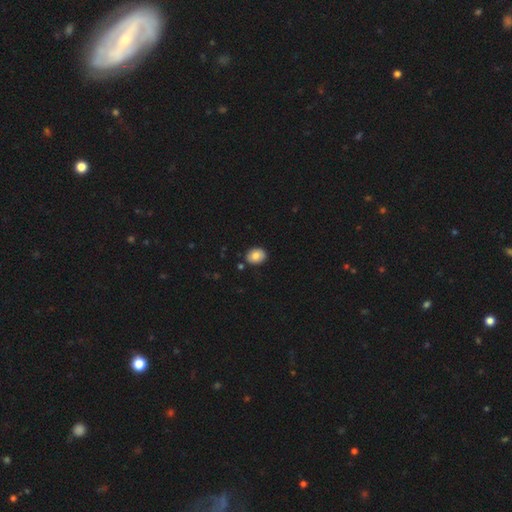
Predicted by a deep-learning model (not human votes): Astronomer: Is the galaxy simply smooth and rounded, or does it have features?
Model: smooth — 81%.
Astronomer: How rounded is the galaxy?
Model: in between — 54% (runner-up: round, 45%).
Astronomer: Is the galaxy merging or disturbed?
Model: none — 86%.